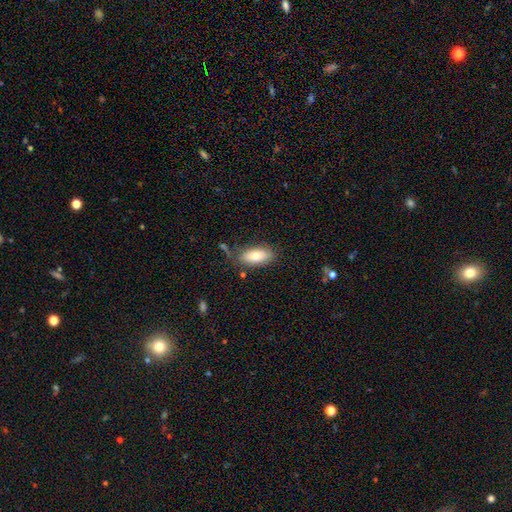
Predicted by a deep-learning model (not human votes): The model was most divided on "smooth or featured": smooth: 76%, featured or disk: 17%, star or artifact: 7%. More confident: how rounded — in between (87%); merging — none (77%).